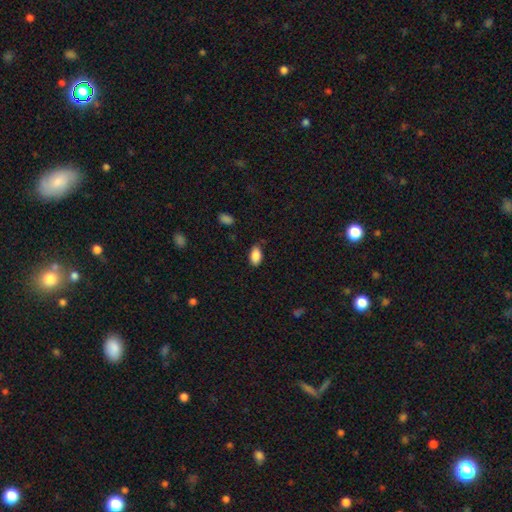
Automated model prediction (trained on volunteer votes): This is clearly a smooth galaxy (88%). How rounded: clearly in between (93%). Merging: clearly none (82%).